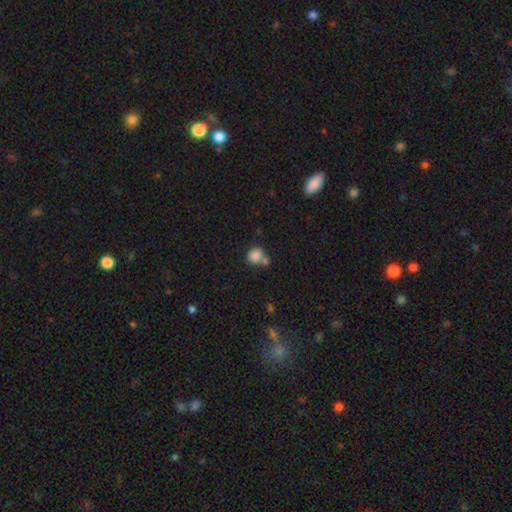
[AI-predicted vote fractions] Smooth or featured: smooth — 83% (star or artifact — 10%)
How rounded: round — 65% (in between — 34%)
Merging: none — 47% (merger — 36%)